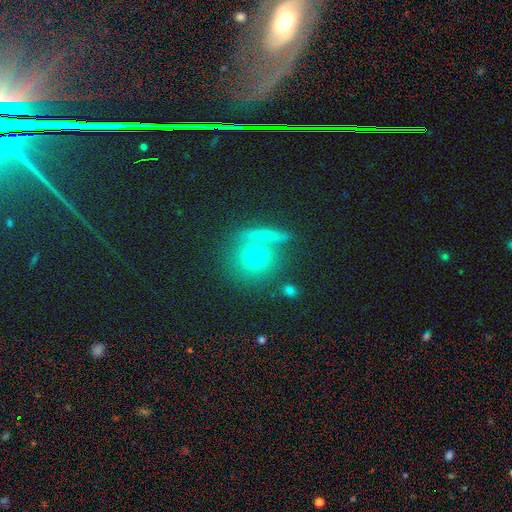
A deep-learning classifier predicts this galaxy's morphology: This is likely a smooth galaxy (66%). How rounded: clearly round (90%). Merging: likely none (67%).